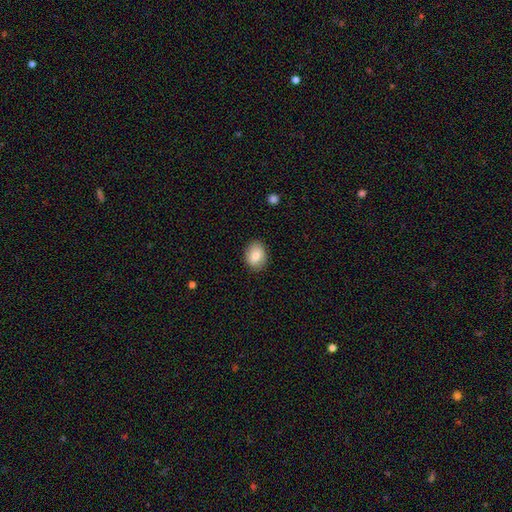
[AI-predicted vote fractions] Smooth or featured: smooth — 83% (featured or disk — 10%)
How rounded: in between — 63% (round — 36%)
Merging: none — 86% (minor disturbance — 10%)